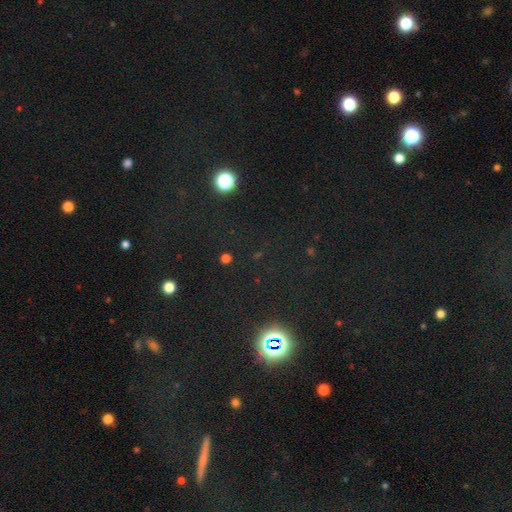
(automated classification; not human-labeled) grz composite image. It shows a star or artifact, not a galaxy (71%).